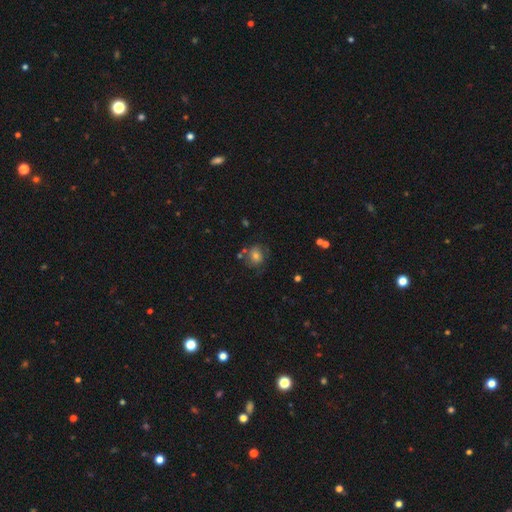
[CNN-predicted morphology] smooth 60%, featured or disk 27%, star or artifact 12%. Down the decision tree: how rounded — round (72%); merging — none (63%).